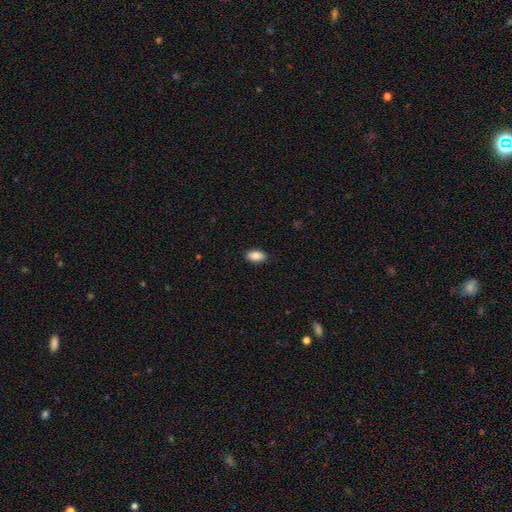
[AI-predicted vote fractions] This is clearly a smooth galaxy (89%). How rounded: clearly in between (93%). Merging: clearly none (88%).